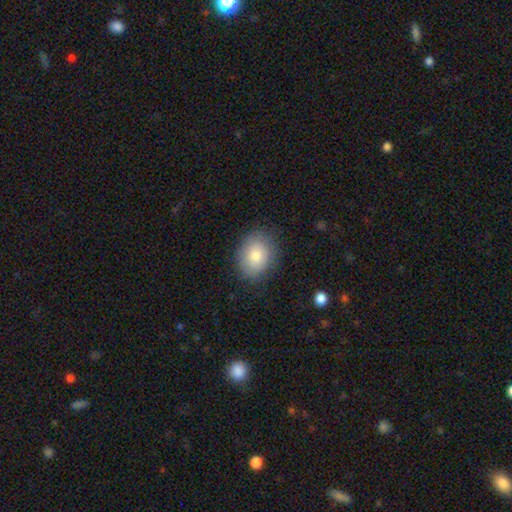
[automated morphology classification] smooth 79%, featured or disk 13%, star or artifact 8%. Down the decision tree: how rounded — in between (58%); merging — none (82%).